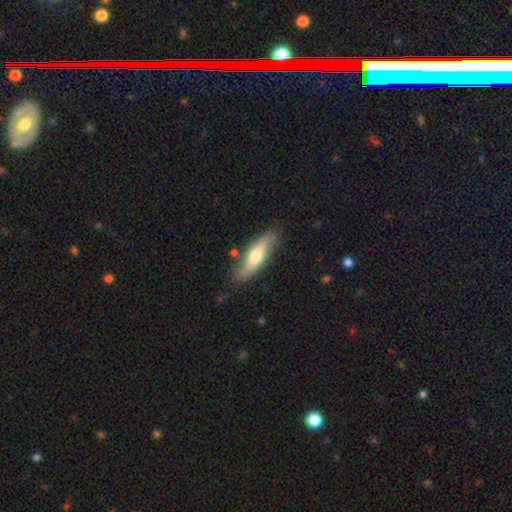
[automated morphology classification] This is possibly a smooth galaxy (57%). How rounded: possibly cigar-shaped (52%). Merging: likely none (78%).